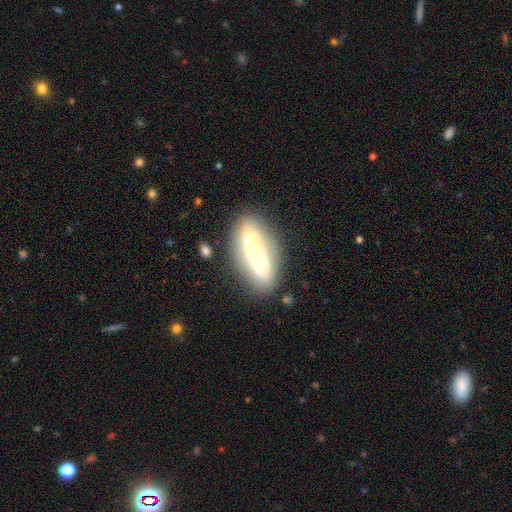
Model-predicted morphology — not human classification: Smooth or featured?
  - featured or disk: 57% *
  - smooth: 35%
  - star or artifact: 8%
Edge-on disk?
  - no: 84% *
  - yes: 16%
Merging?
  - none: 64% *
  - minor disturbance: 20%
  - major disturbance: 9%
  - merger: 7%